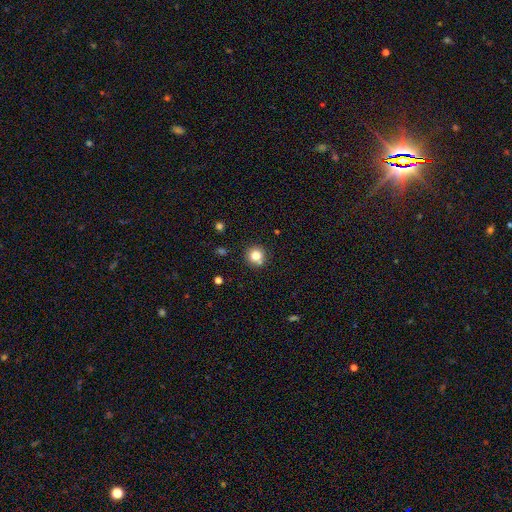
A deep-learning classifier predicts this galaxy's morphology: smooth_or_featured: smooth (p=0.80) [alt: star or artifact p=0.12]
how_rounded: round (p=0.94) [alt: in between p=0.05]
merging: none (p=0.81) [alt: merger p=0.09]